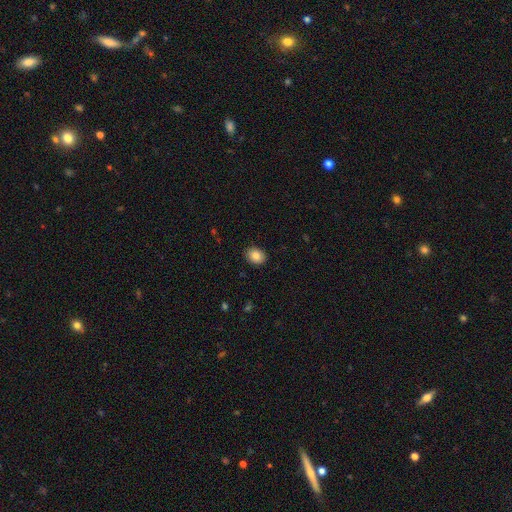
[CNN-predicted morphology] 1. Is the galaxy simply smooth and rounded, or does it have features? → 85% smooth, 8% star or artifact, 7% featured or disk.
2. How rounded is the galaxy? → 58% in between, 41% round, 1% cigar-shaped.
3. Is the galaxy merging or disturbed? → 90% none, 8% minor disturbance, 2% major disturbance, 1% merger.